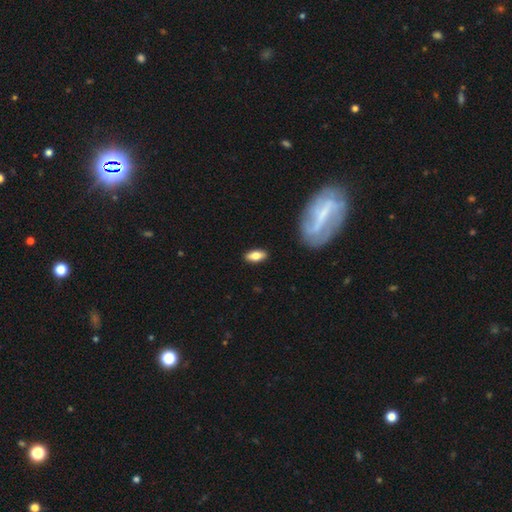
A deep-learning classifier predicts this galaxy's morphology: smooth_or_featured: smooth (p=0.73) [alt: featured or disk p=0.20]
how_rounded: in between (p=0.84) [alt: cigar-shaped p=0.13]
merging: none (p=0.87) [alt: minor disturbance p=0.09]